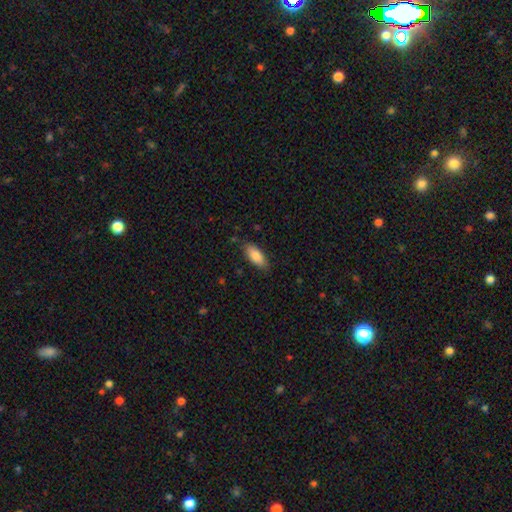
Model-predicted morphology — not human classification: Smooth or featured? Predicted: smooth (p=0.85). How rounded? Predicted: in between (p=0.80). Merging? Predicted: none (p=0.82).